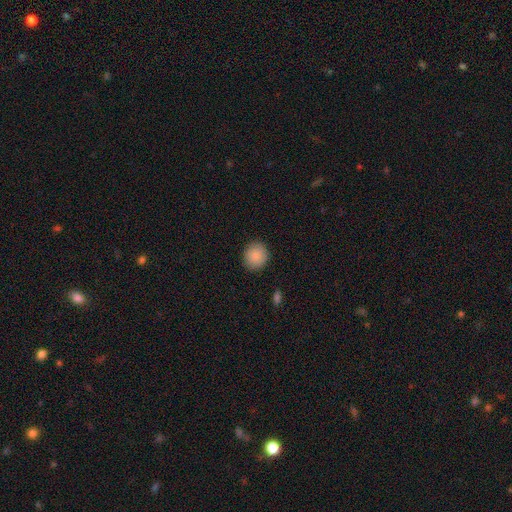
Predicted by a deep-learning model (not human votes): Smooth or featured? Predicted: smooth (p=0.88). How rounded? Predicted: round (p=0.83). Merging? Predicted: none (p=0.90).